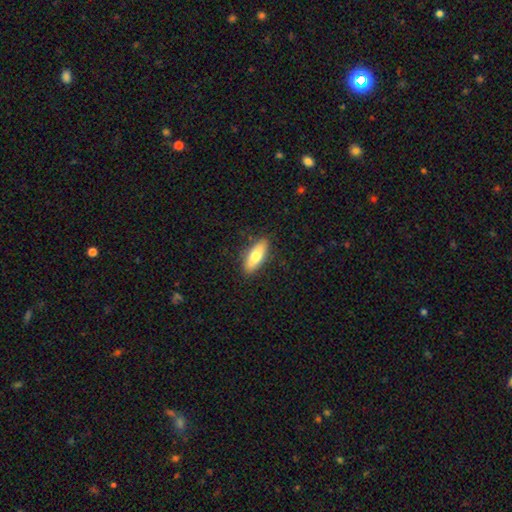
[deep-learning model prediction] Overall: smooth (73%). How rounded: in between (65%; cigar-shaped 33%). Merging: none (87%).